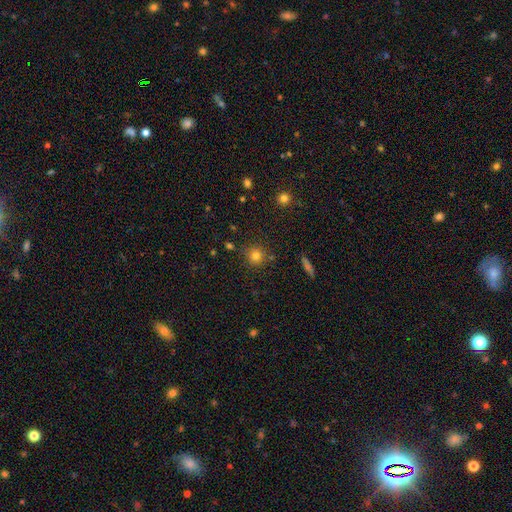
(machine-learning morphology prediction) This is likely a smooth galaxy (78%). How rounded: clearly round (92%). Merging: clearly none (82%).